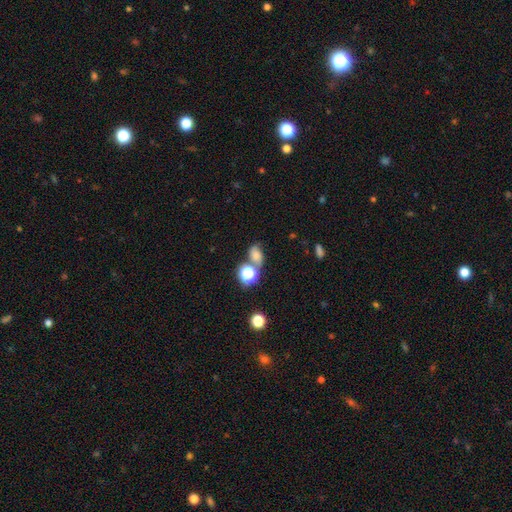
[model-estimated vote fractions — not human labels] This is possibly a smooth galaxy (55%). How rounded: possibly in between (57%). Merging: possibly none (45%).